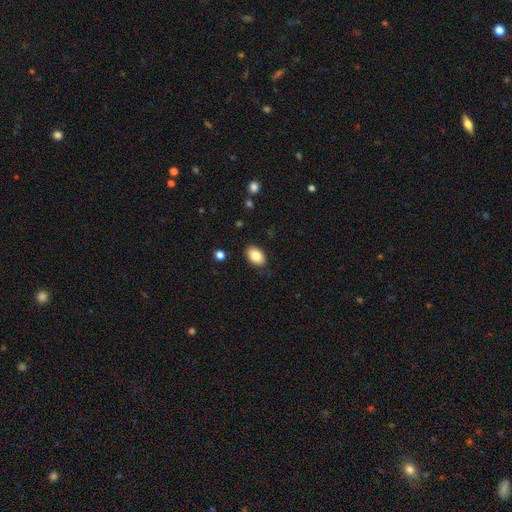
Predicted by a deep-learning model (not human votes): Q: Smooth or featured?
A: smooth (84%); runner-up: featured or disk (8%)
Q: How rounded?
A: in between (86%); runner-up: round (13%)
Q: Merging?
A: none (85%); runner-up: minor disturbance (11%)